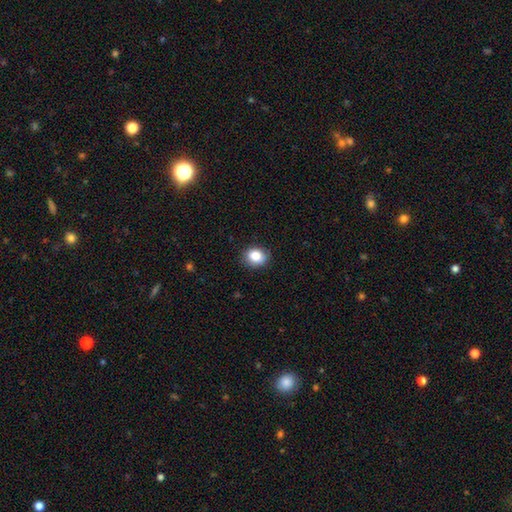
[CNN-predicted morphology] Smooth or featured?
  - smooth: 85% *
  - star or artifact: 9%
  - featured or disk: 6%
How rounded?
  - round: 54% *
  - in between: 45%
  - cigar-shaped: 1%
Merging?
  - none: 86% *
  - minor disturbance: 11%
  - major disturbance: 2%
  - merger: 1%